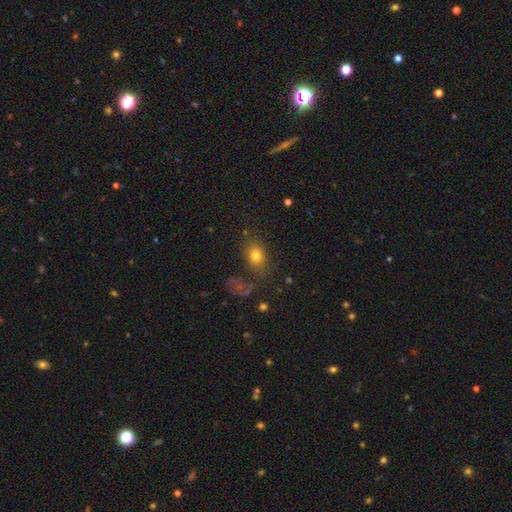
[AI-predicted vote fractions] This appears to be a smooth galaxy with no disk features (75%) that is in between round and cigar-shaped (65%). Merging: none (72%).